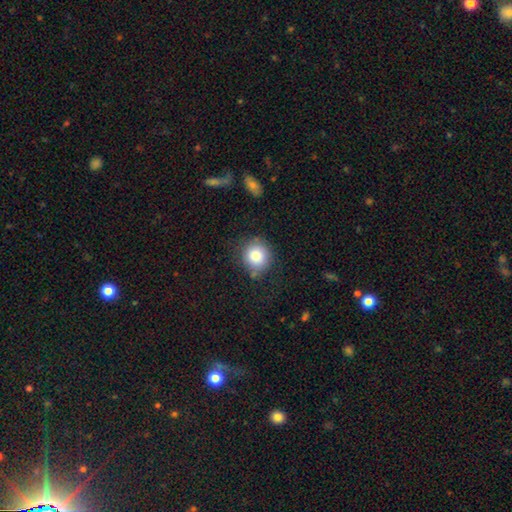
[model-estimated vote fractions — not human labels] Smooth or featured? smooth (83%)
How rounded? round (88%)
Merging? none (77%)